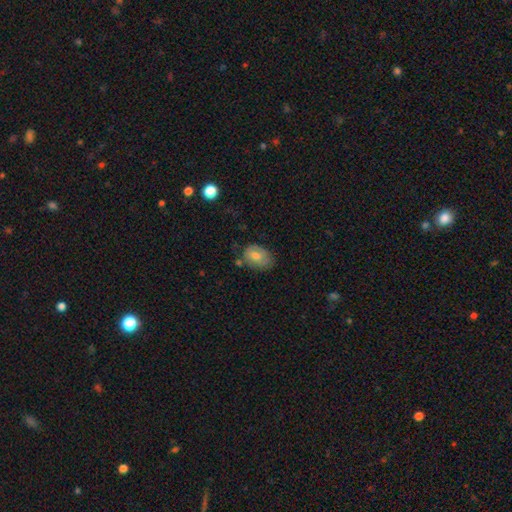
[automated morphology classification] Overall: smooth (69%). How rounded: in between (80%). Merging: none (64%; minor disturbance 25%).